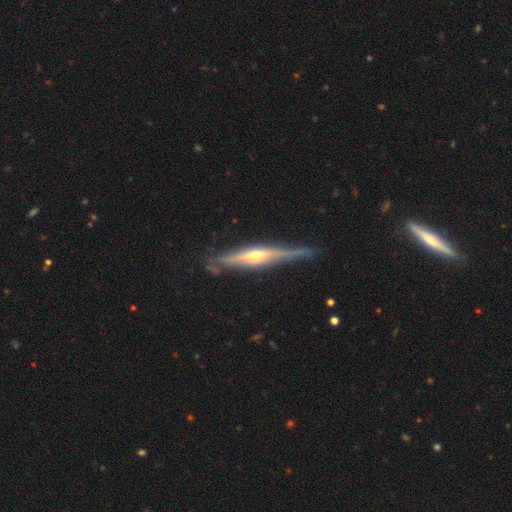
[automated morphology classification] Overall: featured or disk (77%). Edge-on disk: yes (95%). Edge-on bulge: rounded (77%). Merging: none (78%).